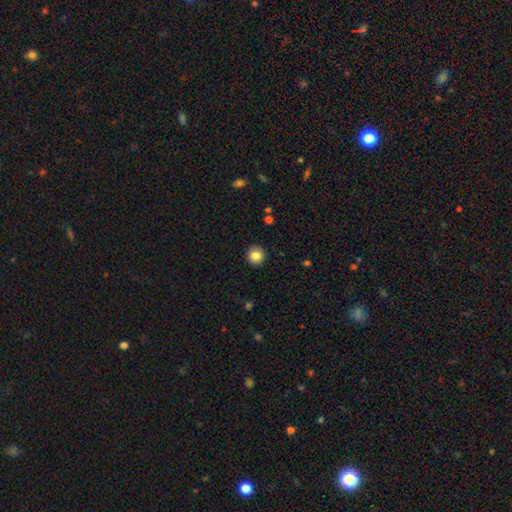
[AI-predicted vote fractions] Q: Smooth or featured?
A: smooth (84%); runner-up: star or artifact (9%)
Q: How rounded?
A: round (94%); runner-up: in between (5%)
Q: Merging?
A: none (91%); runner-up: minor disturbance (6%)